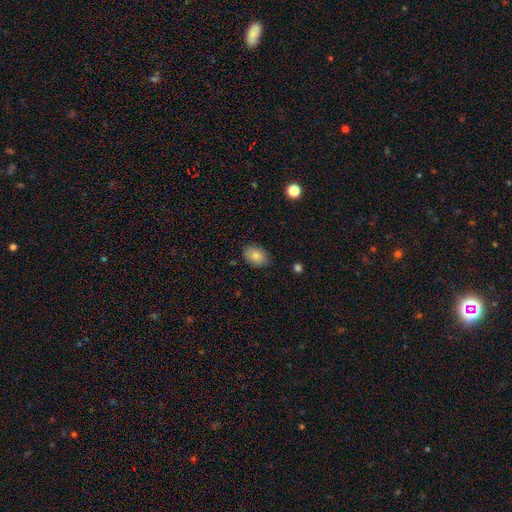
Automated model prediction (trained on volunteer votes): Smooth or featured?
  - smooth: 85% *
  - star or artifact: 8%
  - featured or disk: 7%
How rounded?
  - in between: 78% *
  - round: 21%
  - cigar-shaped: 1%
Merging?
  - none: 81% *
  - minor disturbance: 14%
  - major disturbance: 3%
  - merger: 1%